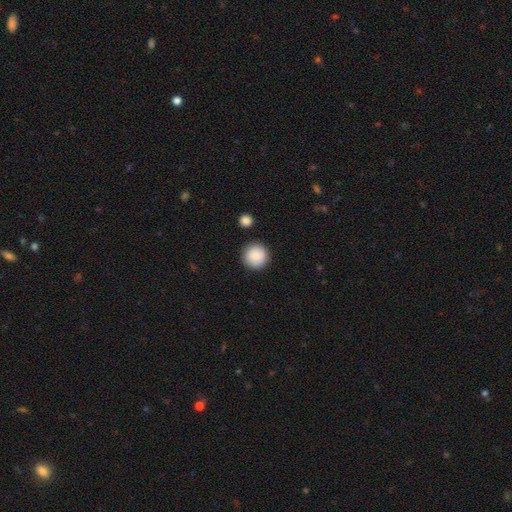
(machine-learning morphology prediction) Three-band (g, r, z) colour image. It shows a smooth galaxy with no disk features (88%) that is round (96%). Merging: none (89%).